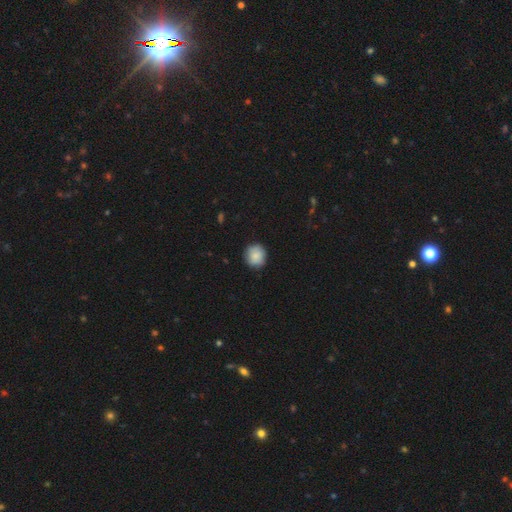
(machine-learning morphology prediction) smooth-or-featured: smooth: 86% | star or artifact: 7% | featured or disk: 7%
  how-rounded: round: 86% | in between: 13% | cigar-shaped: 1%
  merging: none: 85% | minor disturbance: 12% | major disturbance: 2% | merger: 1%